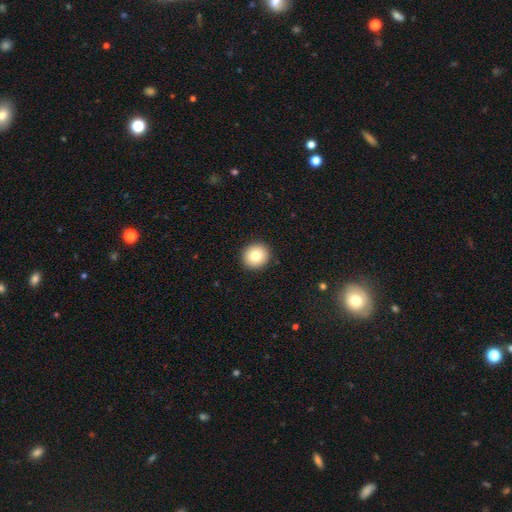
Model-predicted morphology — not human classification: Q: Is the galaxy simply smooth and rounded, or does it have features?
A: smooth — 80%.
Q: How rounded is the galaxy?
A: round — 90%.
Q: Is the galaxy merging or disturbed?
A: none — 92%.